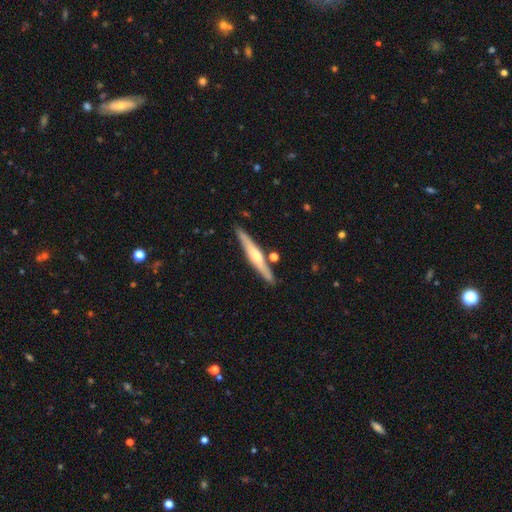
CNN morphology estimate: Smooth or featured: featured or disk — 62% (smooth — 33%)
Edge-on disk: yes — 96% (no — 4%)
Edge-on bulge: rounded — 85% (none — 10%)
Merging: none — 86% (minor disturbance — 9%)